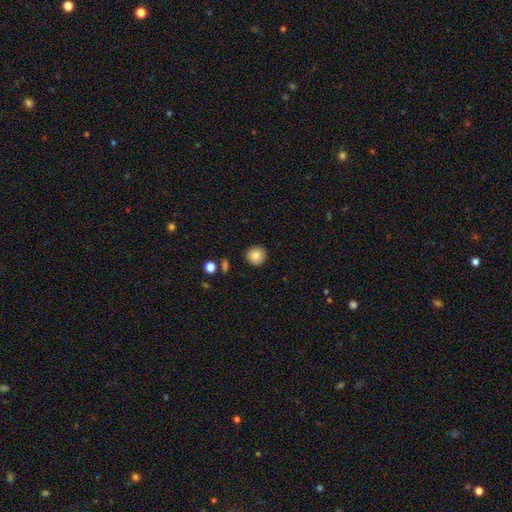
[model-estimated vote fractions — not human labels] A smooth galaxy with no disk features (83%) that is round (94%). Merging: none (91%).